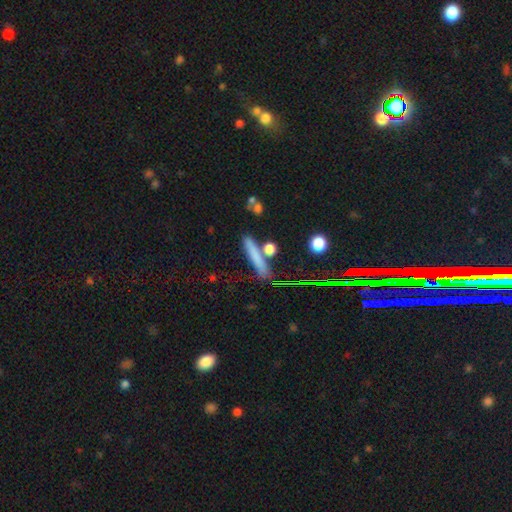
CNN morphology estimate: smooth-or-featured: smooth: 68% | featured or disk: 21% | star or artifact: 11%
  how-rounded: cigar-shaped: 88% | in between: 8% | round: 4%
  merging: none: 74% | minor disturbance: 12% | merger: 10% | major disturbance: 4%